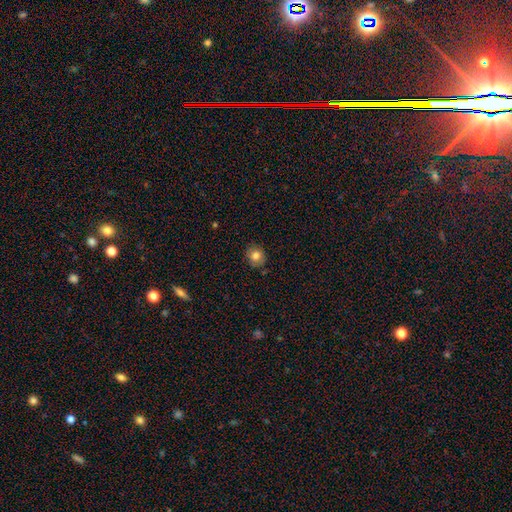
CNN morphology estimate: Smooth or featured? smooth (81%)
How rounded? round (78%)
Merging? none (86%)